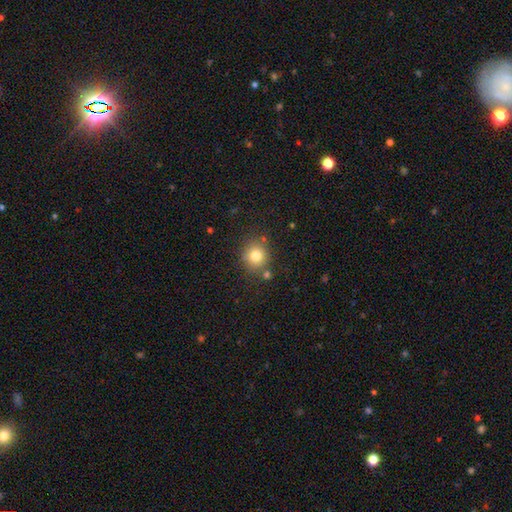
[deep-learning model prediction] smooth-or-featured: smooth: 79% | star or artifact: 12% | featured or disk: 9%
  how-rounded: round: 86% | in between: 13% | cigar-shaped: 1%
  merging: none: 79% | minor disturbance: 11% | merger: 7% | major disturbance: 3%